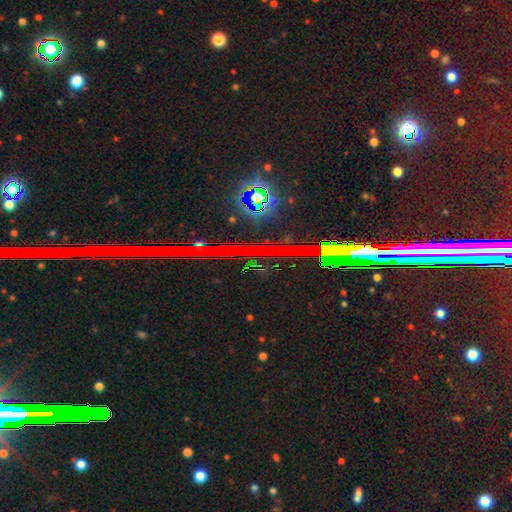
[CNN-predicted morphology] star or artifact 83%, featured or disk 9%, smooth 8%.